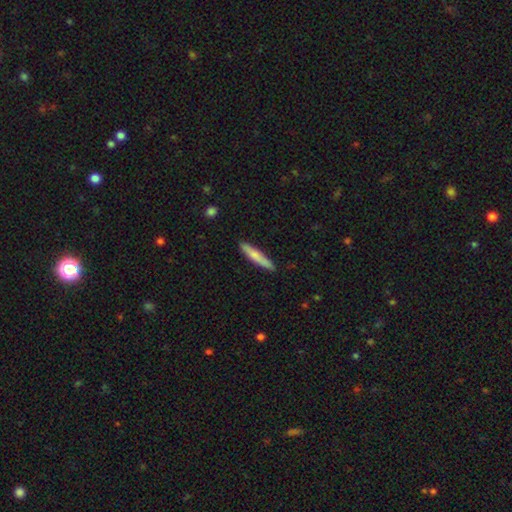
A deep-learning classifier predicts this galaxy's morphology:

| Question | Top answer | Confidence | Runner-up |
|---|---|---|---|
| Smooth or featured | smooth | 70% | featured or disk (25%) |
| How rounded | cigar-shaped | 91% | in between (7%) |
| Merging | none | 87% | minor disturbance (10%) |